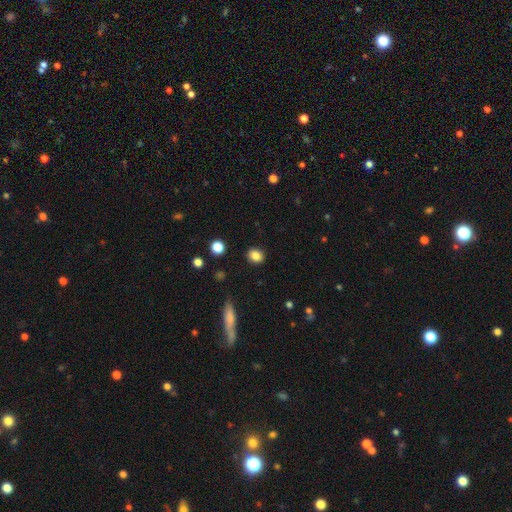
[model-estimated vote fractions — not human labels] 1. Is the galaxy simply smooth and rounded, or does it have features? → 85% smooth, 10% star or artifact, 5% featured or disk.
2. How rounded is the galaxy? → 62% round, 37% in between, 1% cigar-shaped.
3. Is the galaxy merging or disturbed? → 89% none, 8% minor disturbance, 2% major disturbance, 1% merger.